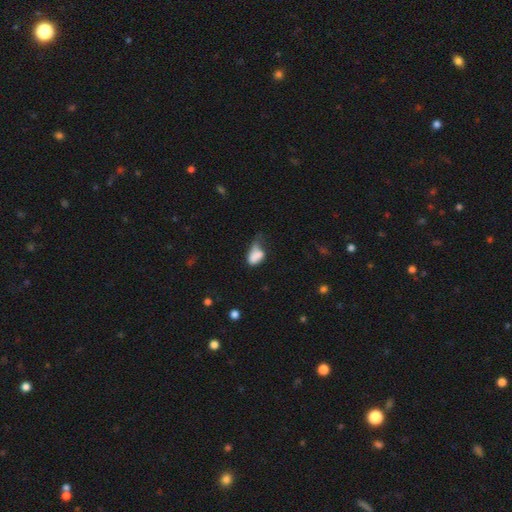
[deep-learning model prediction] This appears to be a smooth galaxy with no disk features (76%) that is in between round and cigar-shaped (87%). Merging: major disturbance (36%).